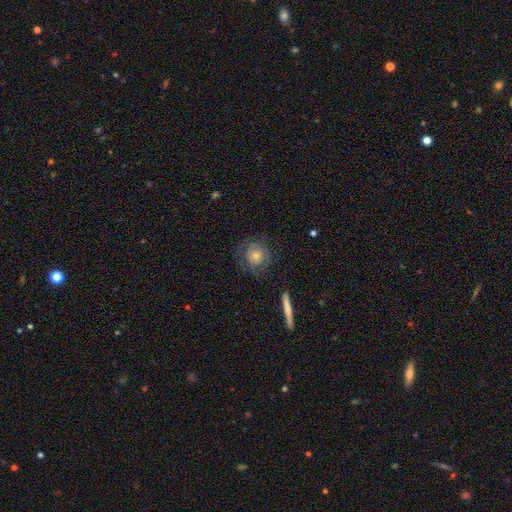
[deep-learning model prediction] featured or disk 53%, smooth 38%, star or artifact 9%. Down the decision tree: edge-on disk — no (92%); merging — none (76%).